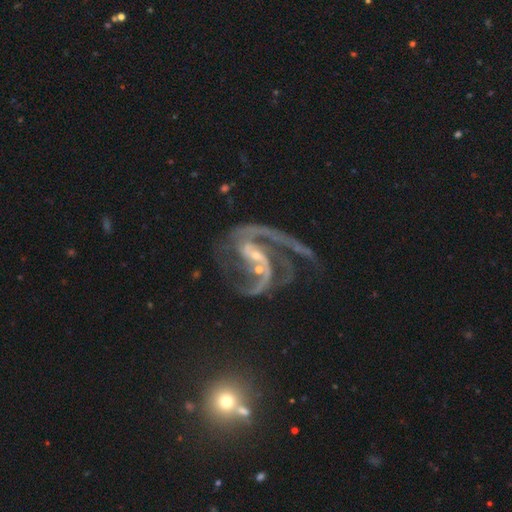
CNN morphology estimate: A featured or disk galaxy (91%) with a weak bar (40%), 2 (74%) medium (50%) spiral arms (97%) and a small central bulge (73%). Merging: none (37%).